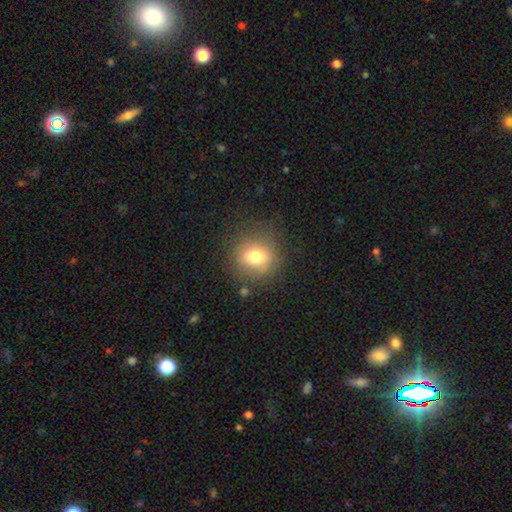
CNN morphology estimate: smooth 74%, featured or disk 15%, star or artifact 11%. Down the decision tree: how rounded — round (68%); merging — none (79%).